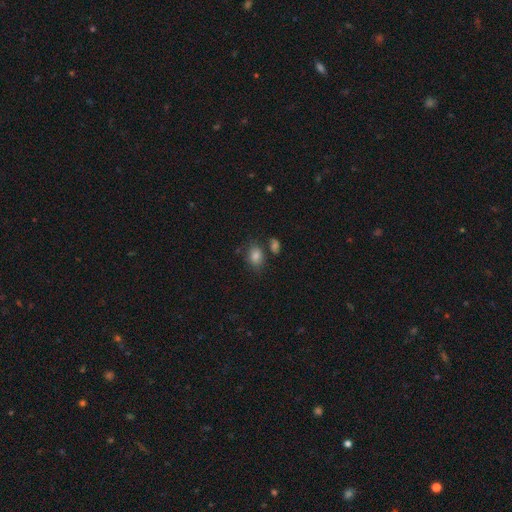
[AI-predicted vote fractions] A smooth galaxy with no disk features (80%) that is in between round and cigar-shaped (71%). Merging: none (66%).